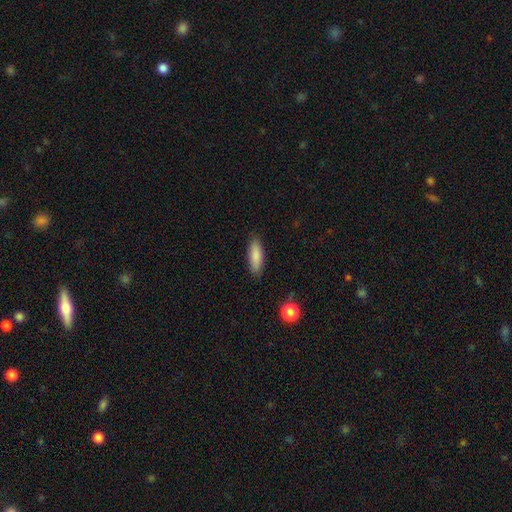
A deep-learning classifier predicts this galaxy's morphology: Overall: smooth (86%). How rounded: in between (61%; cigar-shaped 37%). Merging: none (87%).